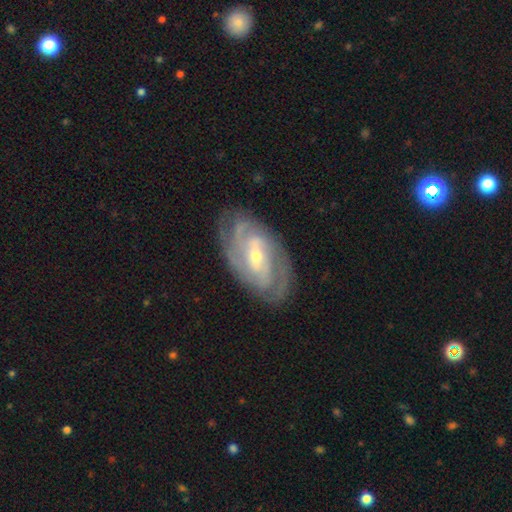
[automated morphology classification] Smooth or featured: featured or disk — 87% (smooth — 8%)
Edge-on disk: no — 95% (yes — 5%)
Bar: weak — 43% (strong — 32%)
Spiral arms: yes — 96% (no — 4%)
Spiral winding: tight — 64% (medium — 30%)
Spiral arm count: 2 — 31% (3 — 27%)
Bulge size: small — 55% (moderate — 41%)
Merging: none — 80% (minor disturbance — 14%)